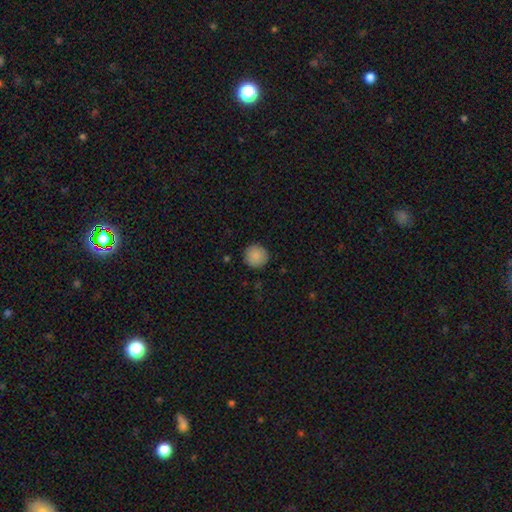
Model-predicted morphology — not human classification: Smooth or featured: smooth — 88% (star or artifact — 8%)
How rounded: round — 95% (in between — 4%)
Merging: none — 90% (minor disturbance — 7%)